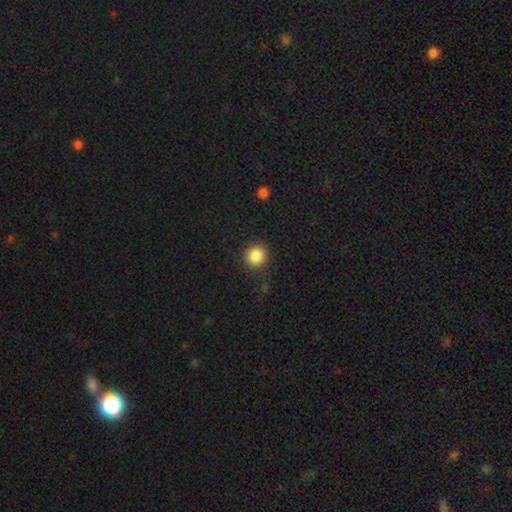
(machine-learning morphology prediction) Smooth or featured? smooth (86%)
How rounded? round (93%)
Merging? none (89%)